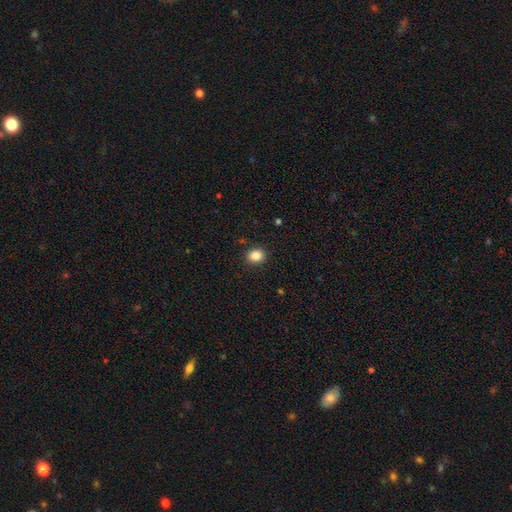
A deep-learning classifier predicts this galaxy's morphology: Smooth or featured? Predicted: smooth (p=0.85). How rounded? Predicted: round (p=0.70). Merging? Predicted: none (p=0.90).